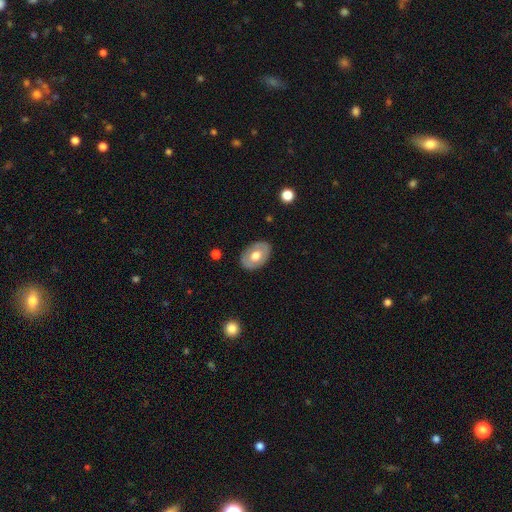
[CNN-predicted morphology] Smooth or featured? Predicted: smooth (p=0.56). How rounded? Predicted: in between (p=0.85). Merging? Predicted: none (p=0.84).